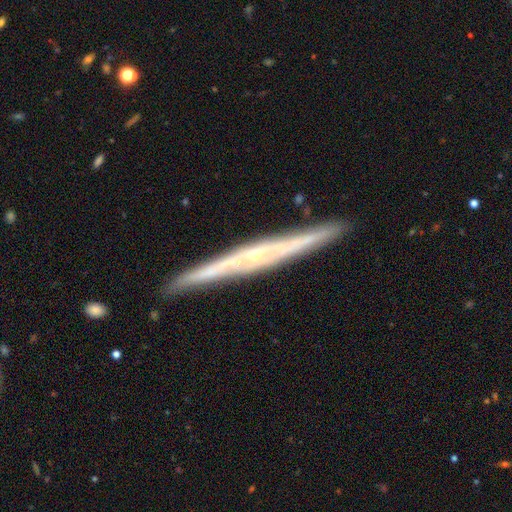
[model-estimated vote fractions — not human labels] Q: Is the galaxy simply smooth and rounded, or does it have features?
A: featured or disk — 81%.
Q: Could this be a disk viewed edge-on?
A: yes — 96%.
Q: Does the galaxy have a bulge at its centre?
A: rounded — 52%.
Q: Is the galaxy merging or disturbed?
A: none — 89%.